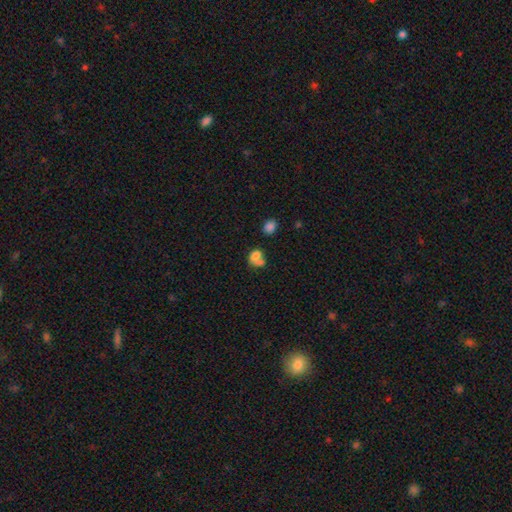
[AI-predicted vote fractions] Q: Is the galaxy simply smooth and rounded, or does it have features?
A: smooth — 70%.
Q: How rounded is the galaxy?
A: in between — 51%.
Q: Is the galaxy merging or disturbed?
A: merger — 40%.